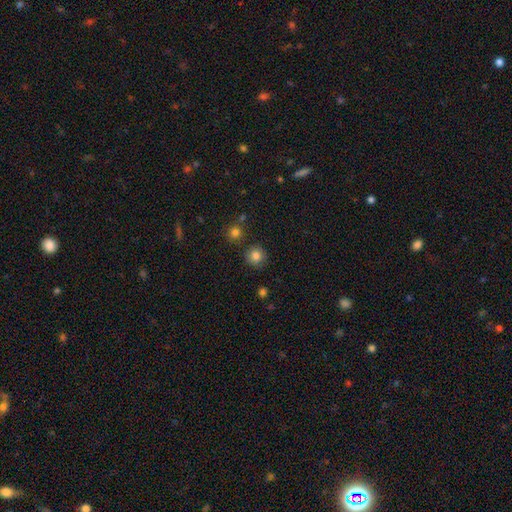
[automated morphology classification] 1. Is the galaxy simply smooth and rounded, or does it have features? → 83% smooth, 12% star or artifact, 5% featured or disk.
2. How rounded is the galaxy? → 92% round, 7% in between, 1% cigar-shaped.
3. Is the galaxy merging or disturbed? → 84% none, 9% minor disturbance, 4% merger, 3% major disturbance.